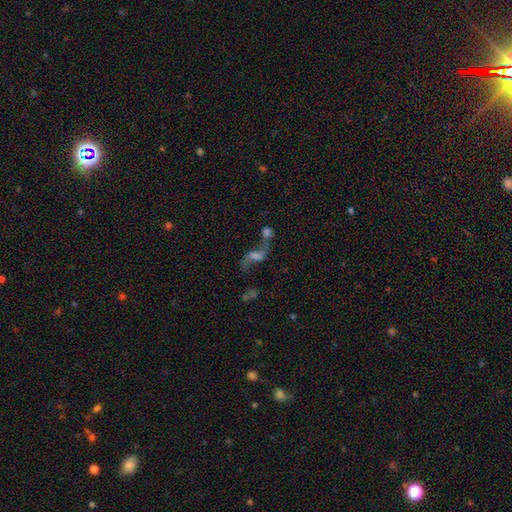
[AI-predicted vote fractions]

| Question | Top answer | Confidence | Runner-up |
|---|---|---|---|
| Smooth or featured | featured or disk | 67% | smooth (19%) |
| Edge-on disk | no | 93% | yes (7%) |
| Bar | weak | 44% | no (38%) |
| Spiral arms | yes | 84% | no (16%) |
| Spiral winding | loose | 89% | medium (9%) |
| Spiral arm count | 2 | 86% | 1 (7%) |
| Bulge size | moderate | 30% | none (29%) |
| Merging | merger | 43% | none (33%) |